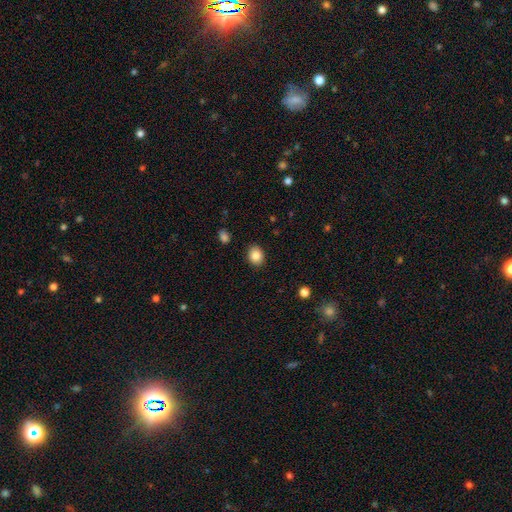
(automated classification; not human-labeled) smooth_or_featured: smooth (p=0.86) [alt: star or artifact p=0.09]
how_rounded: round (p=0.56) [alt: in between p=0.43]
merging: none (p=0.89) [alt: minor disturbance p=0.07]